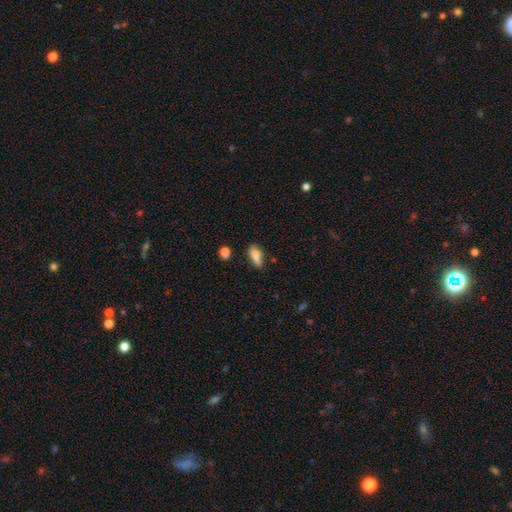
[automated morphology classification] Q: Smooth or featured?
A: smooth (78%); runner-up: featured or disk (12%)
Q: How rounded?
A: in between (71%); runner-up: cigar-shaped (25%)
Q: Merging?
A: none (55%); runner-up: minor disturbance (28%)